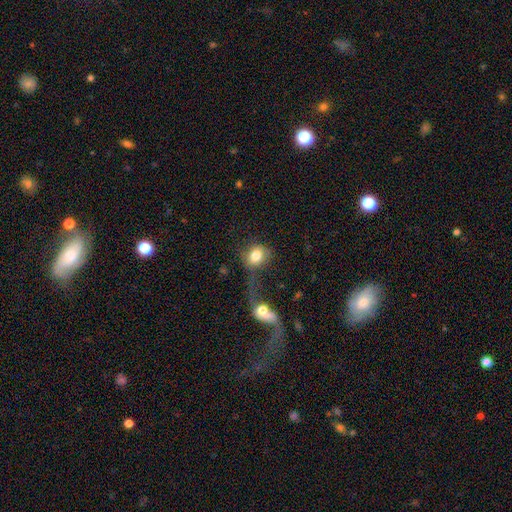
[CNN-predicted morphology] A smooth galaxy with no disk features (79%) that is round (64%).

Vote fractions:
- Smooth or featured? smooth: 79% / featured or disk: 12% / star or artifact: 9%
- How rounded? round: 64% / in between: 35% / cigar-shaped: 2%
- Merging? none: 35% / merger: 34% / major disturbance: 18% / minor disturbance: 14%